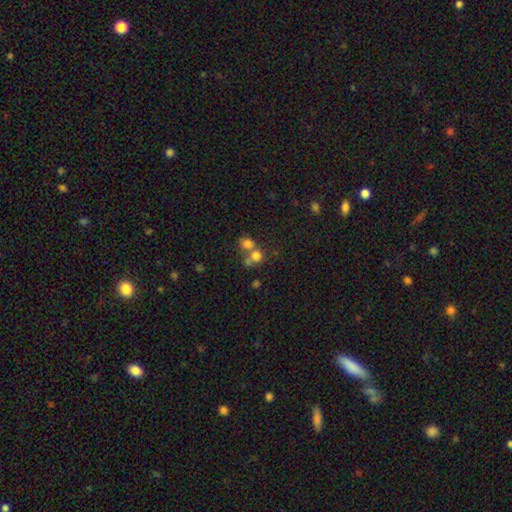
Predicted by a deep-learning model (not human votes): Smooth or featured? smooth (74%)
How rounded? round (78%)
Merging? merger (52%)